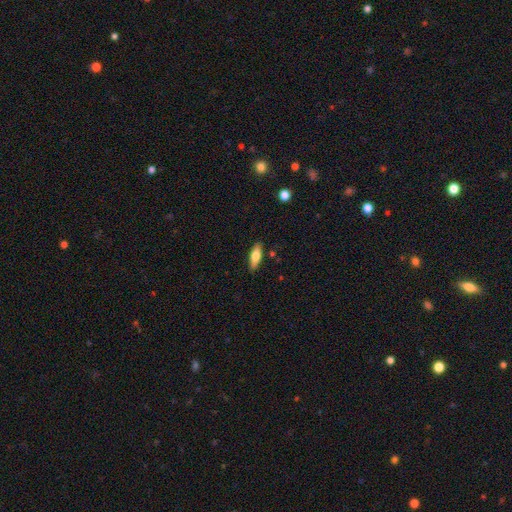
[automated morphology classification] Overall: smooth (68%). How rounded: in between (58%; cigar-shaped 40%). Merging: none (86%).